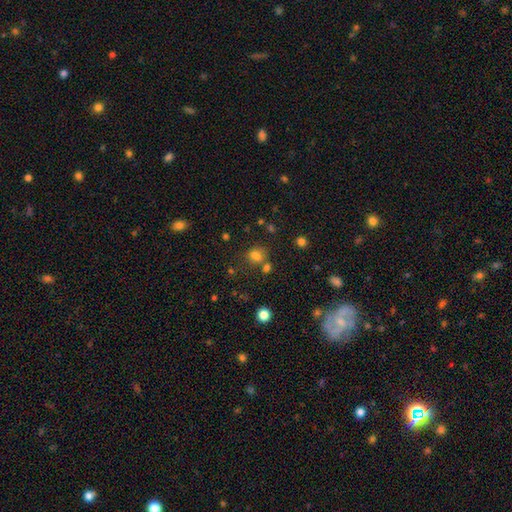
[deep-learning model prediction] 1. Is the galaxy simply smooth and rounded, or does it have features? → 73% smooth, 19% star or artifact, 8% featured or disk.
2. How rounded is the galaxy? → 55% round, 43% in between, 1% cigar-shaped.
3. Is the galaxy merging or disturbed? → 59% none, 21% merger, 14% minor disturbance, 6% major disturbance.